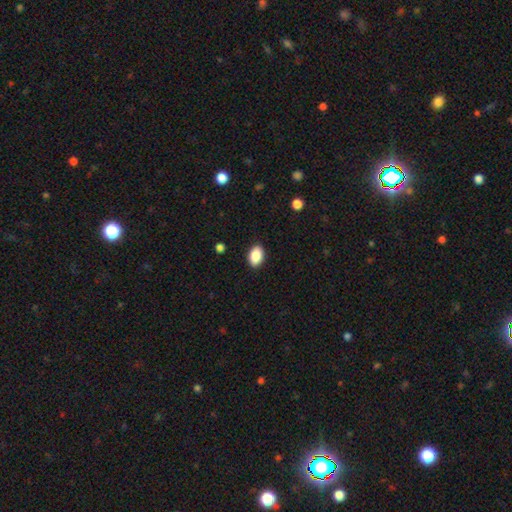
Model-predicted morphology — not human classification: Smooth or featured?
  - smooth: 88% *
  - star or artifact: 8%
  - featured or disk: 4%
How rounded?
  - in between: 88% *
  - round: 11%
  - cigar-shaped: 1%
Merging?
  - none: 89% *
  - minor disturbance: 8%
  - major disturbance: 2%
  - merger: 1%